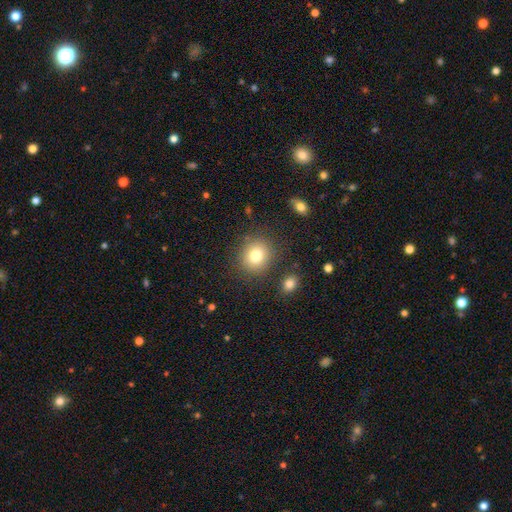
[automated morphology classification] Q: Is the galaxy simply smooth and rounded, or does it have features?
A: smooth — 79%.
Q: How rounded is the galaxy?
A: round — 81%.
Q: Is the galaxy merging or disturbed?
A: none — 85%.